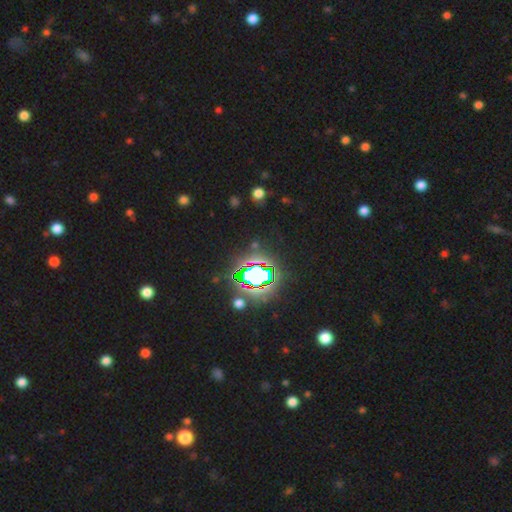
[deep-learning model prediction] Smooth or featured?
  - star or artifact: 85% *
  - smooth: 8%
  - featured or disk: 7%